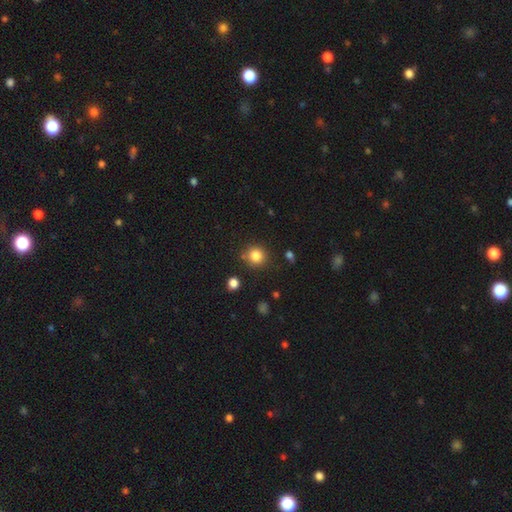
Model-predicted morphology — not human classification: This is clearly a smooth galaxy (83%). How rounded: clearly round (90%). Merging: clearly none (83%).